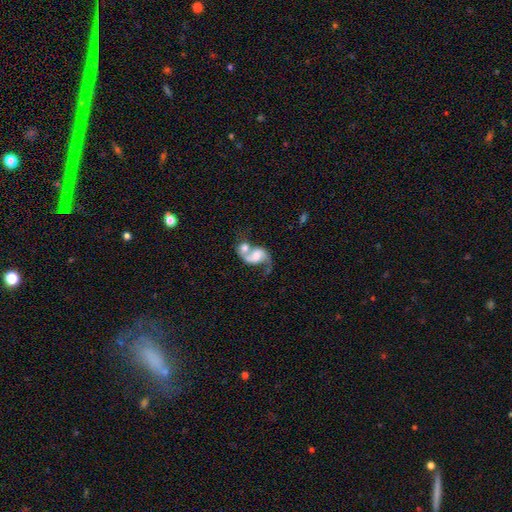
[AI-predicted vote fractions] The model was most divided on "bulge size": moderate: 29%, large: 24%, none: 21%, small: 19%, dominant: 6%. More confident: edge-on disk — no (97%); spiral arms — yes (87%); spiral arm count — 2 (77%); spiral winding — loose (69%); smooth or featured — featured or disk (69%); merging — merger (61%); bar — no (57%).